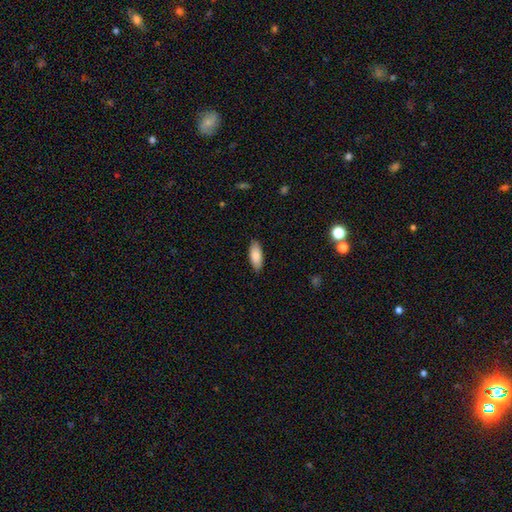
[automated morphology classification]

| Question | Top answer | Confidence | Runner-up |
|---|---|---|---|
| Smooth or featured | smooth | 86% | featured or disk (8%) |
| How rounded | in between | 81% | cigar-shaped (17%) |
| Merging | none | 88% | minor disturbance (9%) |